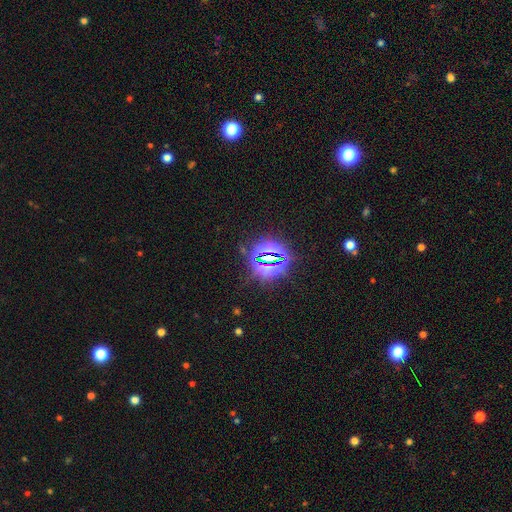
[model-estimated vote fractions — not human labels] Overall: star or artifact (80%).